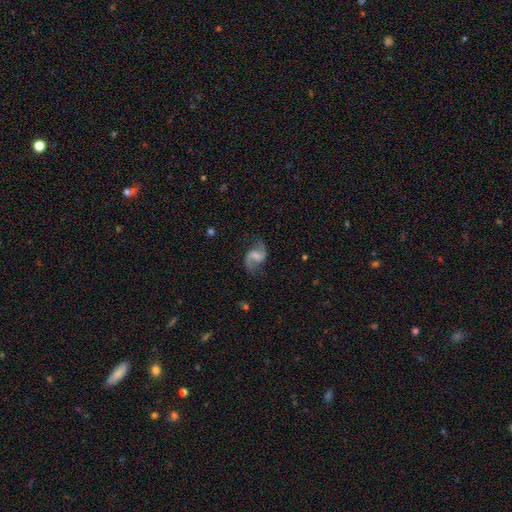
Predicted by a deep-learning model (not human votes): Smooth or featured?
  - featured or disk: 87% *
  - smooth: 7%
  - star or artifact: 6%
Edge-on disk?
  - no: 98% *
  - yes: 2%
Bar?
  - weak: 51% *
  - no: 30%
  - strong: 19%
Spiral arms?
  - yes: 97% *
  - no: 3%
Spiral winding?
  - loose: 62% *
  - medium: 33%
  - tight: 6%
Spiral arm count?
  - 2: 94% *
  - 1: 2%
  - can't tell: 2%
  - 3: 1%
  - 4: 1%
  - more than 4: 1%
Bulge size?
  - none: 40% *
  - small: 29%
  - moderate: 24%
  - large: 6%
  - dominant: 1%
Merging?
  - none: 78% *
  - minor disturbance: 14%
  - major disturbance: 6%
  - merger: 2%